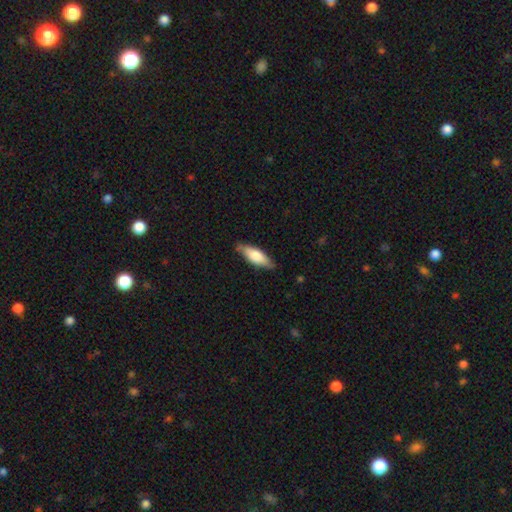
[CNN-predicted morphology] Smooth or featured?
  - smooth: 65% *
  - featured or disk: 30%
  - star or artifact: 5%
How rounded?
  - in between: 59% *
  - cigar-shaped: 39%
  - round: 2%
Merging?
  - none: 81% *
  - minor disturbance: 15%
  - major disturbance: 2%
  - merger: 1%